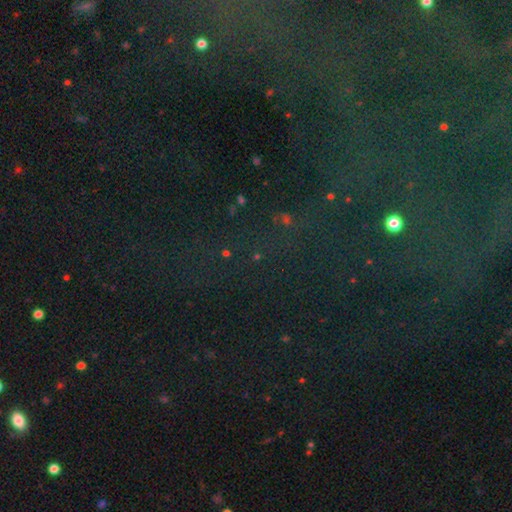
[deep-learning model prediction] Overall: star or artifact (76%).